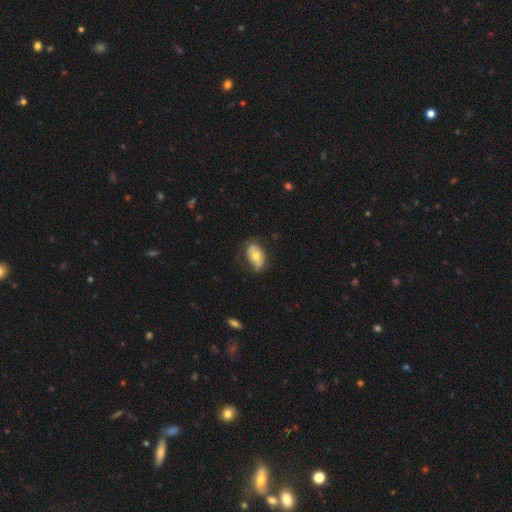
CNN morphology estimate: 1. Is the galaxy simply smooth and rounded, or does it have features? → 56% smooth, 37% featured or disk, 7% star or artifact.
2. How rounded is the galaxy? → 87% in between, 12% round, 2% cigar-shaped.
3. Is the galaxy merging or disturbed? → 62% none, 27% minor disturbance, 9% major disturbance, 2% merger.